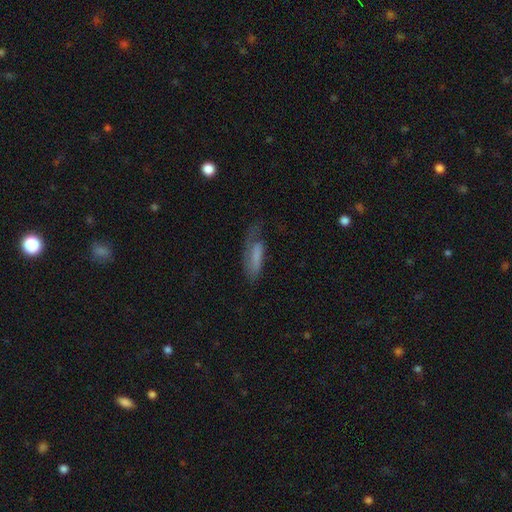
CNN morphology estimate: Overall: smooth (52%; featured or disk 39%). How rounded: in between (53%; cigar-shaped 44%). Merging: none (43%; major disturbance 28%).